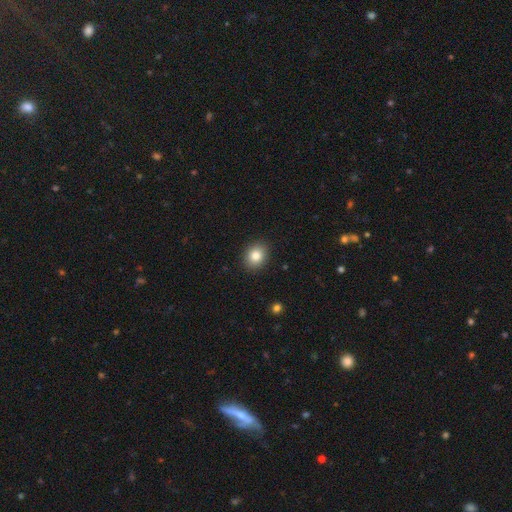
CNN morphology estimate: smooth-or-featured: smooth: 83% | star or artifact: 10% | featured or disk: 8%
  how-rounded: round: 58% | in between: 41% | cigar-shaped: 1%
  merging: none: 90% | minor disturbance: 7% | major disturbance: 2% | merger: 1%